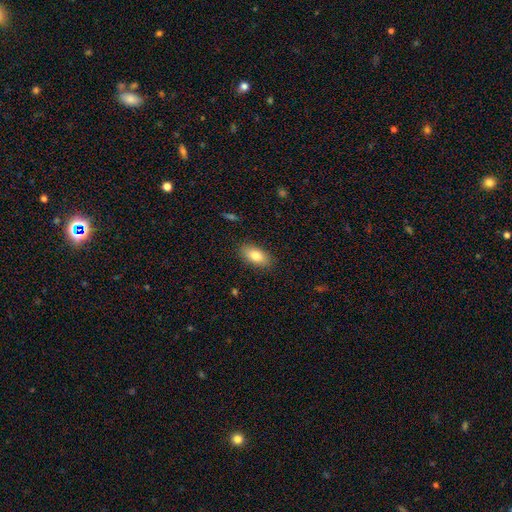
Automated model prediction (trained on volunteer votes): A smooth galaxy with no disk features (81%) that is in between round and cigar-shaped (89%).

Vote fractions:
- Smooth or featured? smooth: 81% / featured or disk: 11% / star or artifact: 7%
- How rounded? in between: 89% / cigar-shaped: 6% / round: 5%
- Merging? none: 87% / minor disturbance: 10% / major disturbance: 2% / merger: 1%